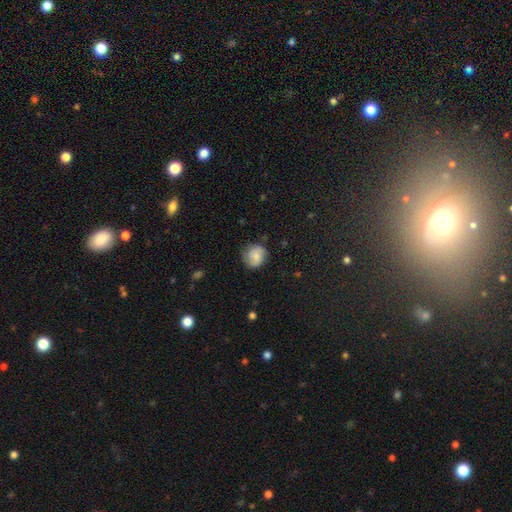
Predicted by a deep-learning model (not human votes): Smooth or featured? smooth (76%)
How rounded? round (83%)
Merging? none (74%)